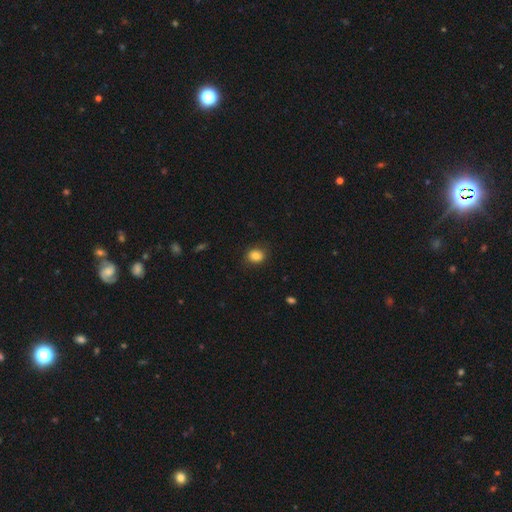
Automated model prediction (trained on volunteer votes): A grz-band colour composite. It shows a smooth galaxy with no disk features (84%) that is round (58%). Merging: none (82%).